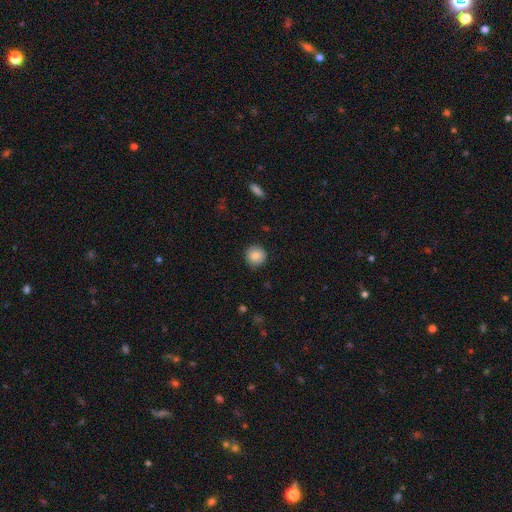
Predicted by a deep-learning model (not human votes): This is clearly a smooth galaxy (83%). How rounded: clearly round (94%). Merging: clearly none (91%).